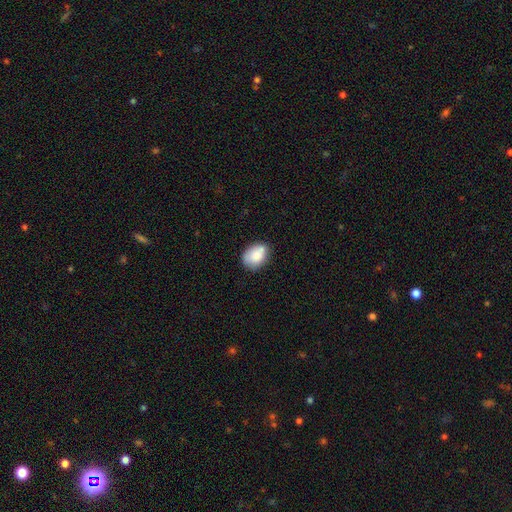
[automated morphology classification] Smooth or featured? smooth (81%)
How rounded? in between (75%)
Merging? none (60%)